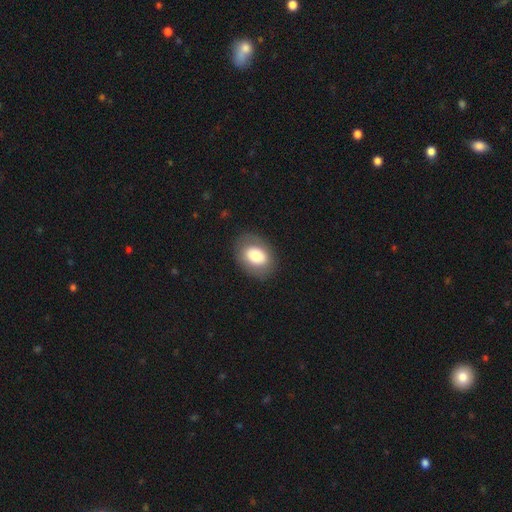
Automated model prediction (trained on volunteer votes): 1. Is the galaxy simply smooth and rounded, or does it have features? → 73% smooth, 20% featured or disk, 8% star or artifact.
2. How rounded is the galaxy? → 75% in between, 24% round, 1% cigar-shaped.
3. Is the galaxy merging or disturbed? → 82% none, 12% minor disturbance, 5% major disturbance, 1% merger.